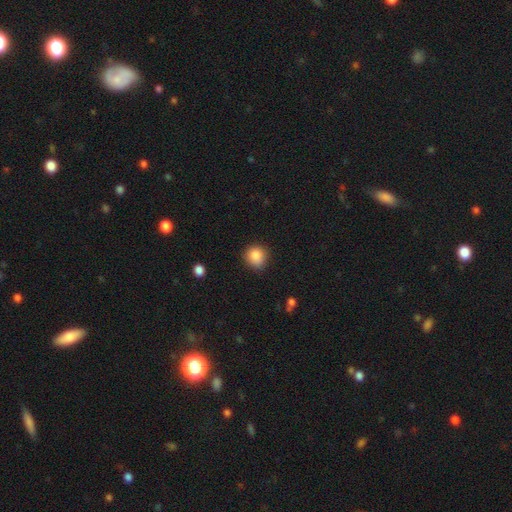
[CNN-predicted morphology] type=smooth (87%); roundness=round (86%); merging=none (81%).